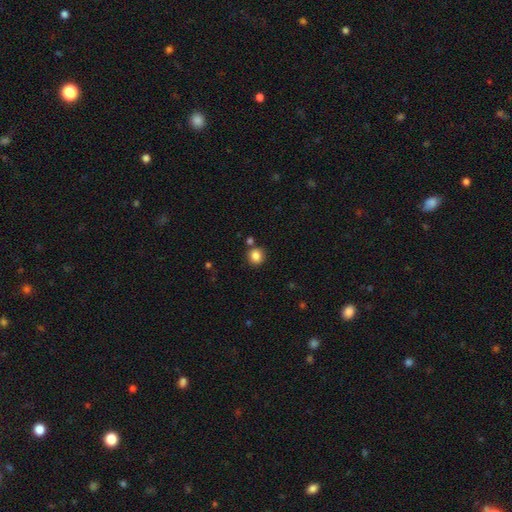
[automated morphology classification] Smooth or featured?
  - smooth: 85% *
  - star or artifact: 10%
  - featured or disk: 5%
How rounded?
  - round: 86% *
  - in between: 13%
  - cigar-shaped: 1%
Merging?
  - none: 79% *
  - merger: 9%
  - minor disturbance: 9%
  - major disturbance: 3%